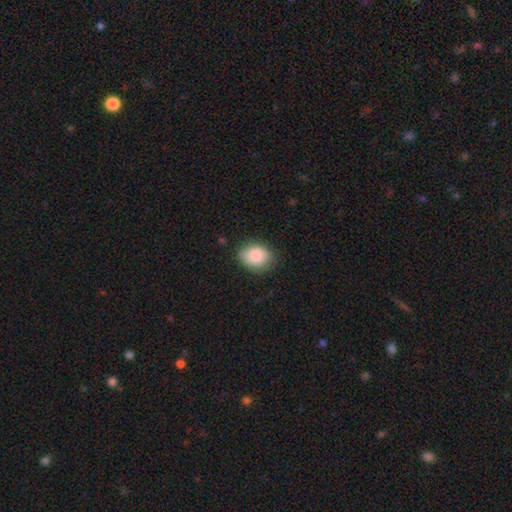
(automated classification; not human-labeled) Overall: smooth (82%). How rounded: in between (57%; round 42%). Merging: none (78%).